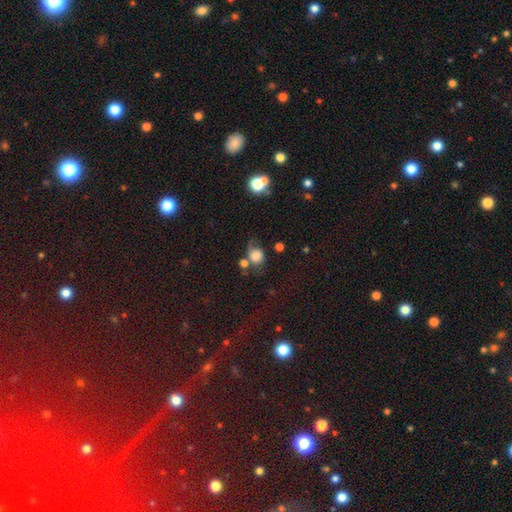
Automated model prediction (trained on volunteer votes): Overall: smooth (66%). How rounded: round (65%; in between 34%). Merging: none (37%; minor disturbance 26%).